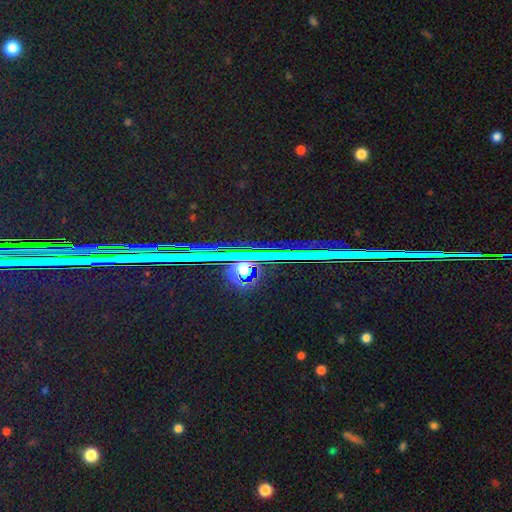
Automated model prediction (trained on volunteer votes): Smooth or featured? star or artifact (83%)